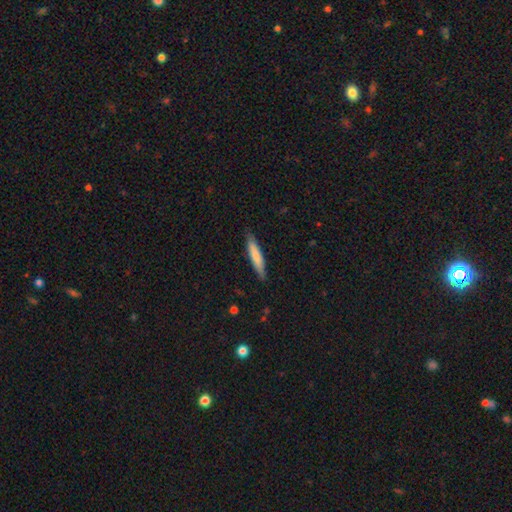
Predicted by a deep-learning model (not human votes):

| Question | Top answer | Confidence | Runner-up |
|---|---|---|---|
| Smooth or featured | smooth | 74% | featured or disk (21%) |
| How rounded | cigar-shaped | 91% | in between (8%) |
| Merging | none | 86% | minor disturbance (11%) |